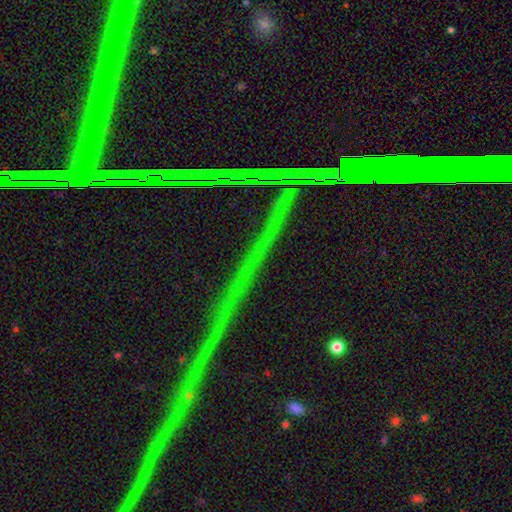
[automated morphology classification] star or artifact 82%, featured or disk 11%, smooth 6%.